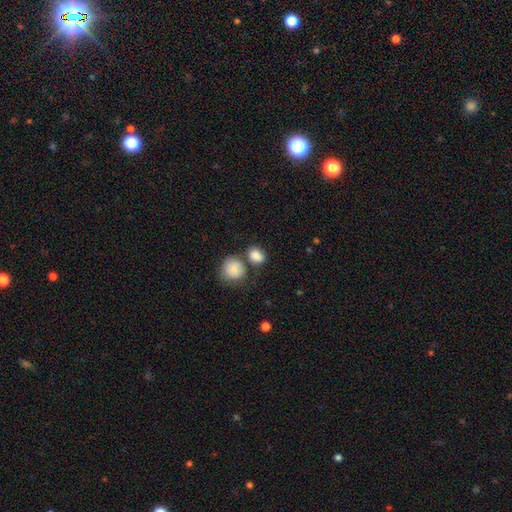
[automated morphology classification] The model was most divided on "how rounded": in between: 53%, round: 46%, cigar-shaped: 1%. More confident: smooth or featured — smooth (85%); merging — none (53%).